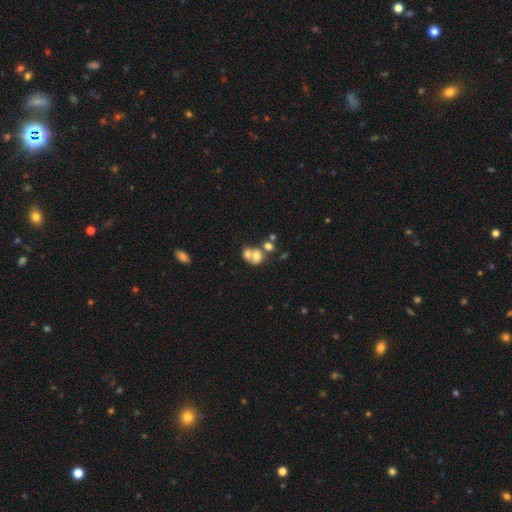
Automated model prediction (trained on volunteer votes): Q: Smooth or featured?
A: smooth (63%); runner-up: featured or disk (26%)
Q: How rounded?
A: round (56%); runner-up: in between (43%)
Q: Merging?
A: merger (67%); runner-up: none (21%)